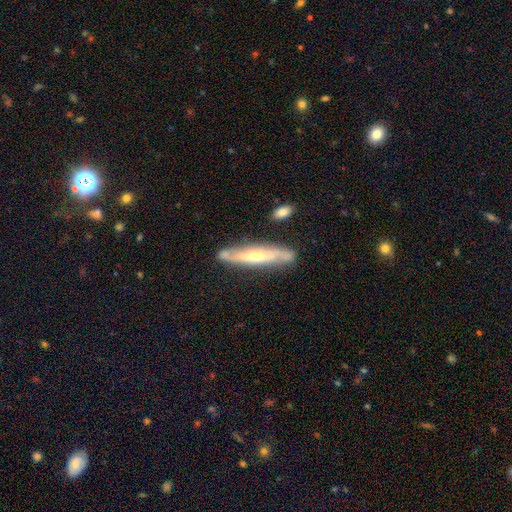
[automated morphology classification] A featured or disk galaxy (61%) viewed edge-on (71%). Merging: none (76%).